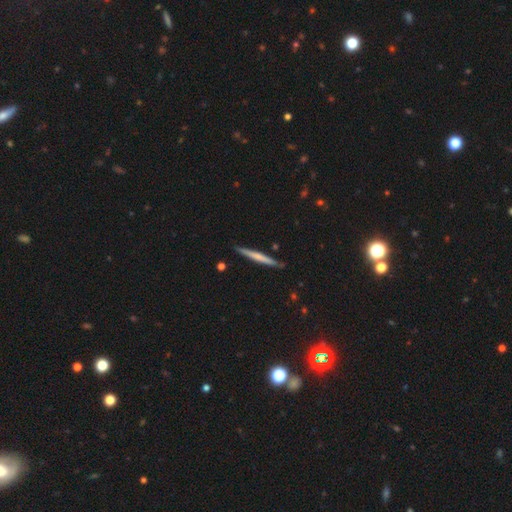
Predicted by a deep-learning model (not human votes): A smooth galaxy with no disk features (47%, tied with featured or disk).

Vote fractions:
- Smooth or featured? smooth: 47% (tied) / featured or disk: 47% (tied) / star or artifact: 5%
- Merging? none: 90% / minor disturbance: 7% / merger: 1% / major disturbance: 1%